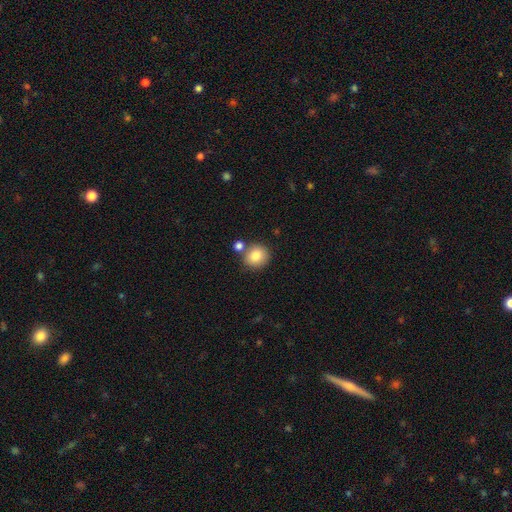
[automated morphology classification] Q: Smooth or featured?
A: smooth (83%); runner-up: star or artifact (9%)
Q: How rounded?
A: round (86%); runner-up: in between (13%)
Q: Merging?
A: none (70%); runner-up: merger (17%)